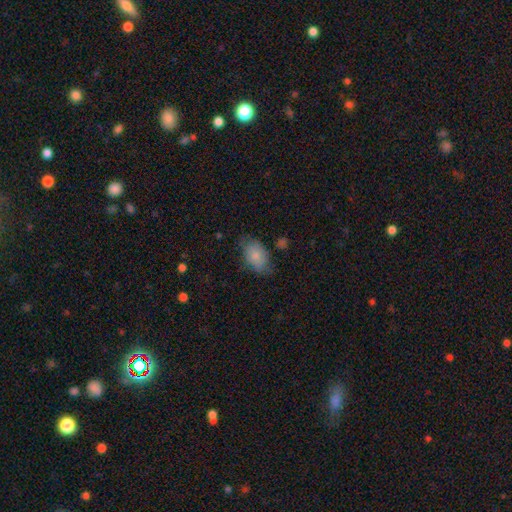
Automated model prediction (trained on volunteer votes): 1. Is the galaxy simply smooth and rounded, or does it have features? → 81% smooth, 13% featured or disk, 7% star or artifact.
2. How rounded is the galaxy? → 90% in between, 8% round, 1% cigar-shaped.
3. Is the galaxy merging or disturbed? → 64% none, 27% minor disturbance, 7% major disturbance, 2% merger.